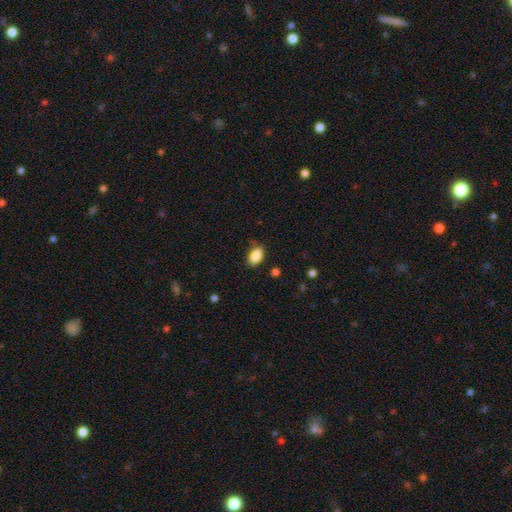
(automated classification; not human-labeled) Morphology: type=smooth (88%); roundness=in between (92%); merging=none (82%).